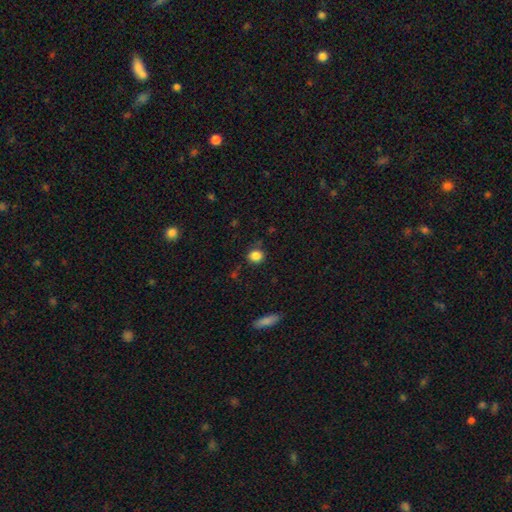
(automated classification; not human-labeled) The model was most divided on "how rounded": round: 76%, in between: 23%, cigar-shaped: 1%. More confident: smooth or featured — smooth (85%); merging — none (82%).